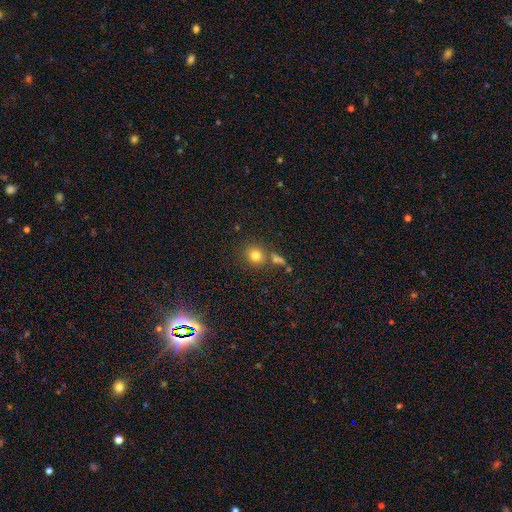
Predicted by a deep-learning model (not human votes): This is likely a smooth galaxy (79%). How rounded: clearly round (84%). Merging: likely none (72%).